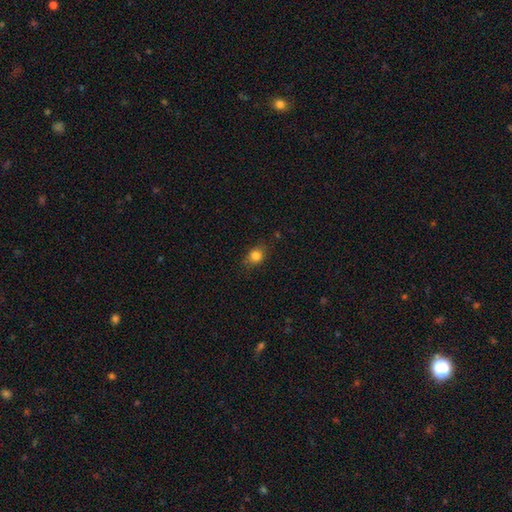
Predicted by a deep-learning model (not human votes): Smooth or featured? Predicted: smooth (p=0.83). How rounded? Predicted: round (p=0.56). Merging? Predicted: none (p=0.78).